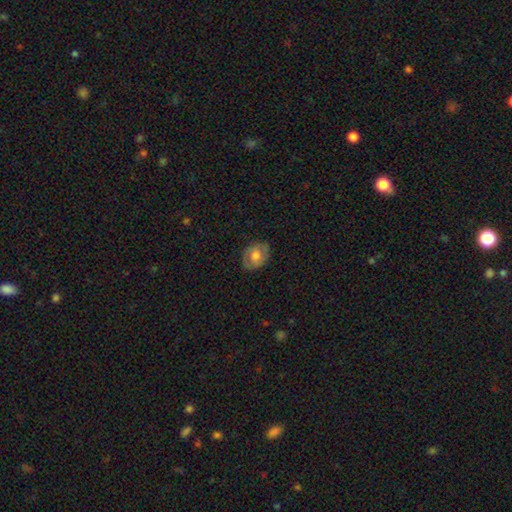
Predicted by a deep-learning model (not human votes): Morphology: type=smooth (59%); roundness=in between (62%); merging=none (78%).